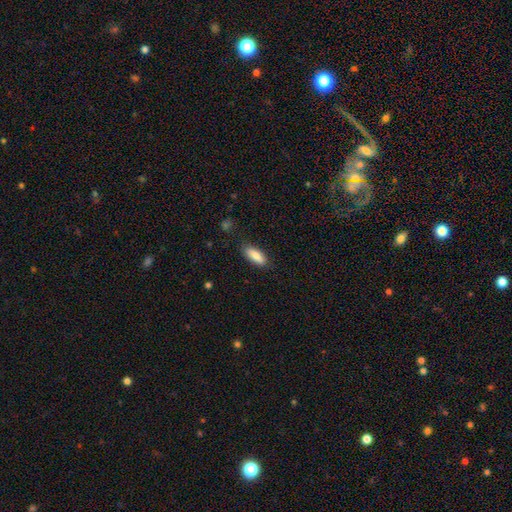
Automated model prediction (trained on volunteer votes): This is clearly a smooth galaxy (83%). How rounded: likely in between (70%). Merging: clearly none (83%).